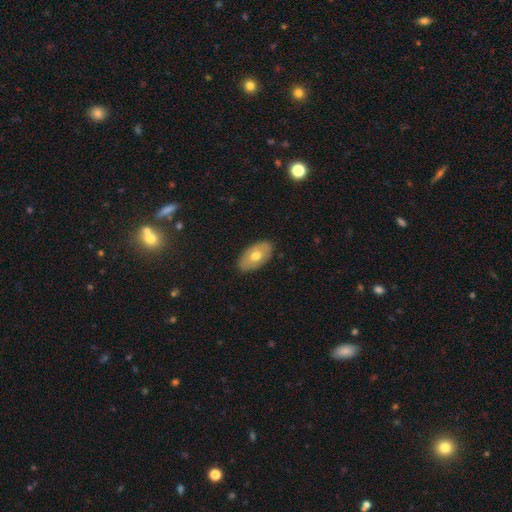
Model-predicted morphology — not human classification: A smooth galaxy with no disk features (61%) that is in between round and cigar-shaped (93%).

Vote fractions:
- Smooth or featured? smooth: 61% / featured or disk: 33% / star or artifact: 6%
- How rounded? in between: 93% / round: 5% / cigar-shaped: 2%
- Merging? none: 86% / minor disturbance: 11% / major disturbance: 2% / merger: 1%